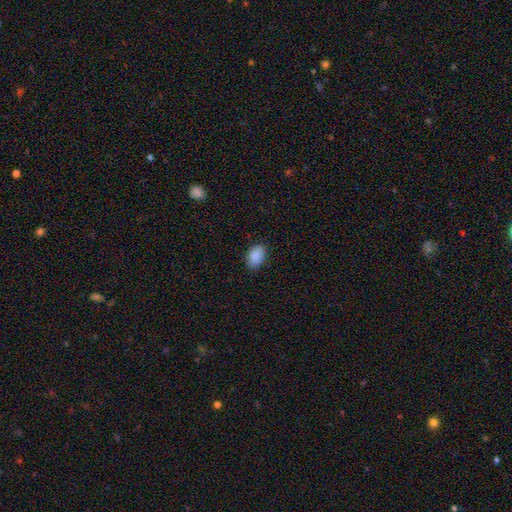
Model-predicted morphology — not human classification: The model was most divided on "how rounded": in between: 87%, round: 12%, cigar-shaped: 1%. More confident: smooth or featured — smooth (90%); merging — none (86%).